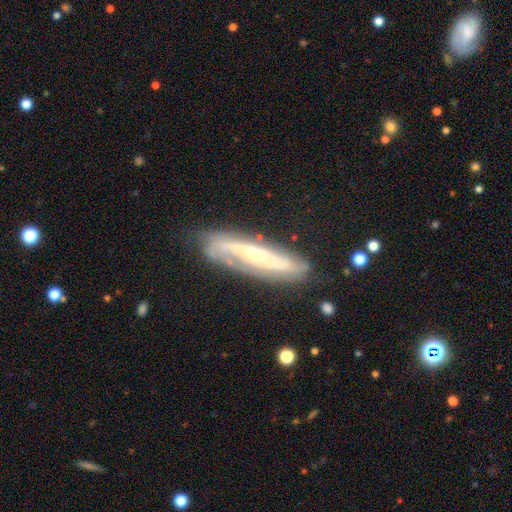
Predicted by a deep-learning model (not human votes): Overall: featured or disk (78%). Edge-on disk: no (70%; yes 30%). Bar: no (59%; weak 25%). Spiral arms: yes (85%). Bulge size: small (61%; moderate 34%). Merging: none (71%).